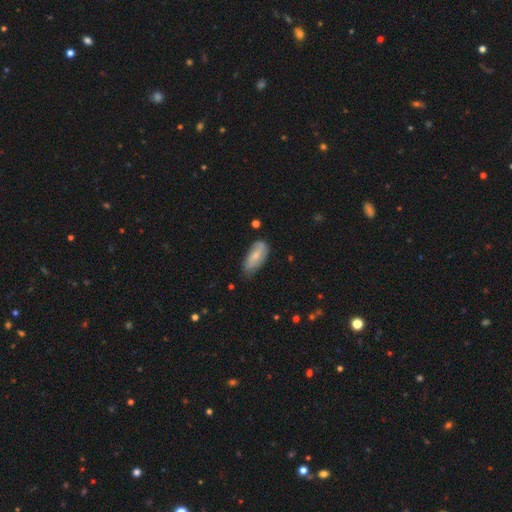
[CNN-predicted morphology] Smooth or featured? Predicted: smooth (p=0.66). How rounded? Predicted: in between (p=0.87). Merging? Predicted: none (p=0.58).